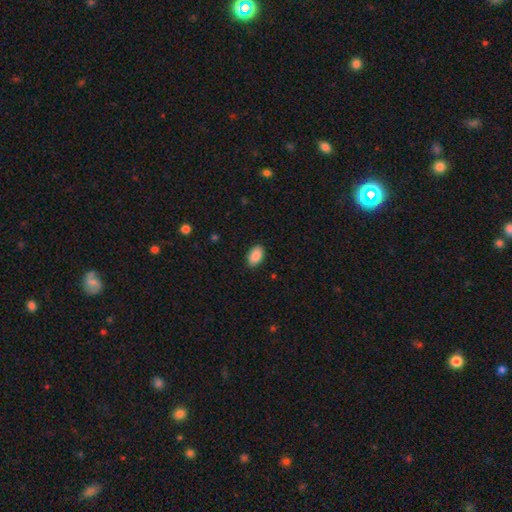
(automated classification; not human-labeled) Smooth or featured? Predicted: smooth (p=0.90). How rounded? Predicted: in between (p=0.93). Merging? Predicted: none (p=0.89).